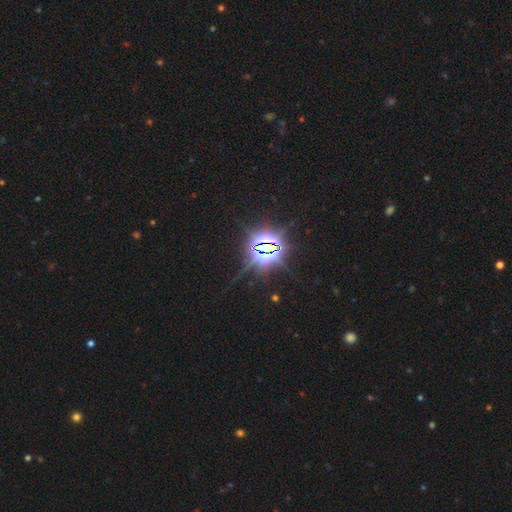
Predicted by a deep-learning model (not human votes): Smooth or featured: star or artifact — 85% (featured or disk — 8%)